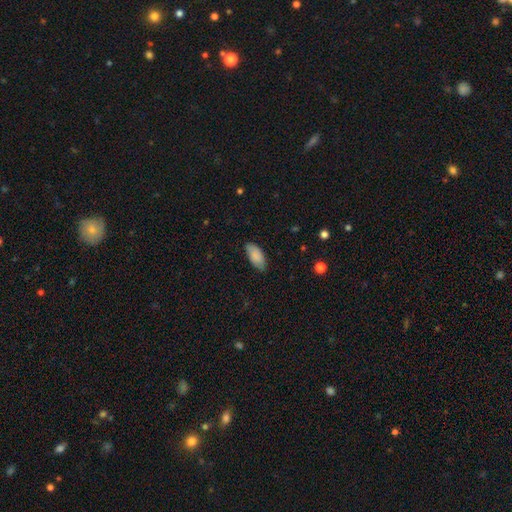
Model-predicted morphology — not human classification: A smooth galaxy with no disk features (85%) that is in between round and cigar-shaped (92%). Merging: none (77%).